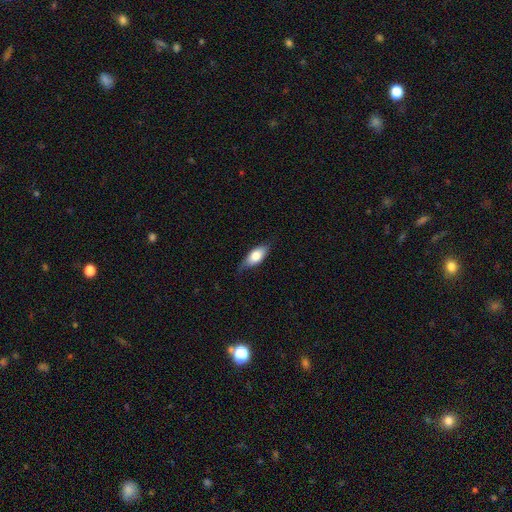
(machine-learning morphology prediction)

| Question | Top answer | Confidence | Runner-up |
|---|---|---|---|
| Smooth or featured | smooth | 71% | featured or disk (22%) |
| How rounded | in between | 84% | cigar-shaped (13%) |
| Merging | none | 70% | minor disturbance (25%) |